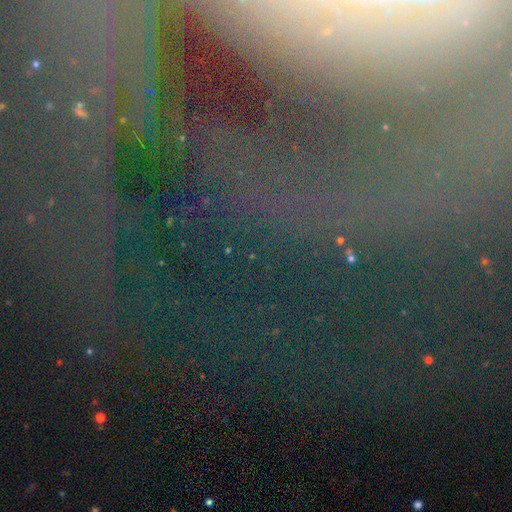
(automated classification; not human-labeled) A star or artifact, not a galaxy (59%).

Vote fractions:
- Smooth or featured? star or artifact: 59% / featured or disk: 25% / smooth: 16%